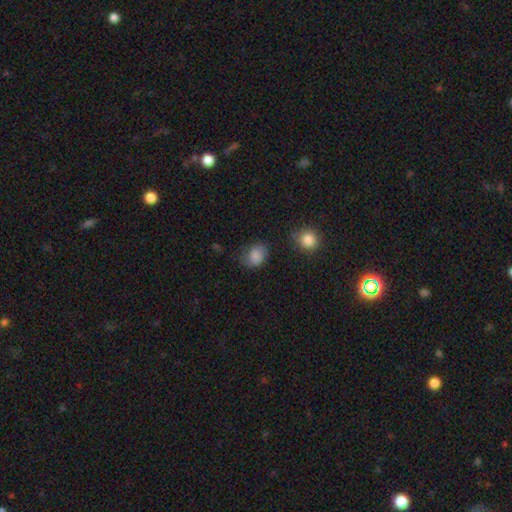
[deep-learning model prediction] Smooth or featured? smooth (82%)
How rounded? in between (54%)
Merging? none (59%)